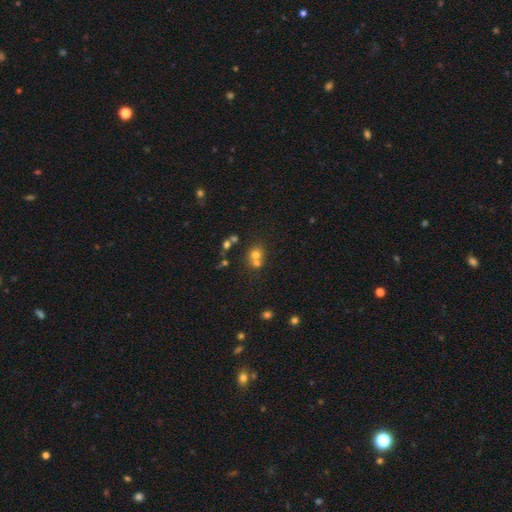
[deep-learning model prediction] Morphology: type=smooth (67%); roundness=round (78%); merging=merger (49%).